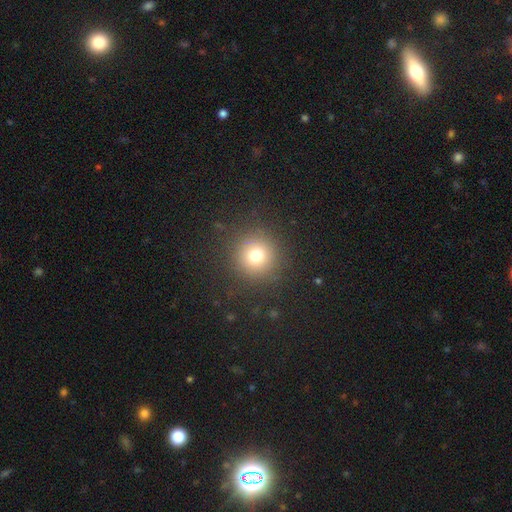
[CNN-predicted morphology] Smooth or featured?
  - smooth: 74% *
  - star or artifact: 16%
  - featured or disk: 9%
How rounded?
  - round: 94% *
  - in between: 5%
  - cigar-shaped: 1%
Merging?
  - none: 88% *
  - minor disturbance: 7%
  - major disturbance: 4%
  - merger: 1%